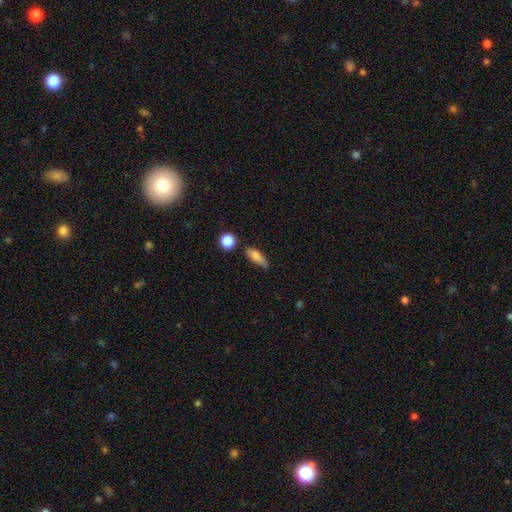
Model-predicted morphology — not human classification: Smooth or featured? smooth (78%)
How rounded? in between (60%)
Merging? none (52%)